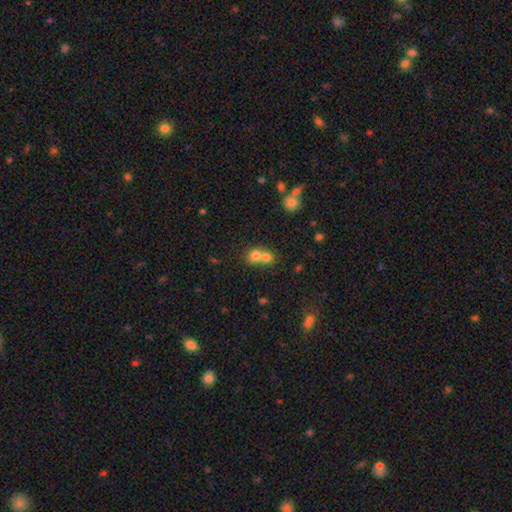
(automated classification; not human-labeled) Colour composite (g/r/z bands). It shows a smooth galaxy with no disk features (74%) that is round (74%). Merging: merger (66%).